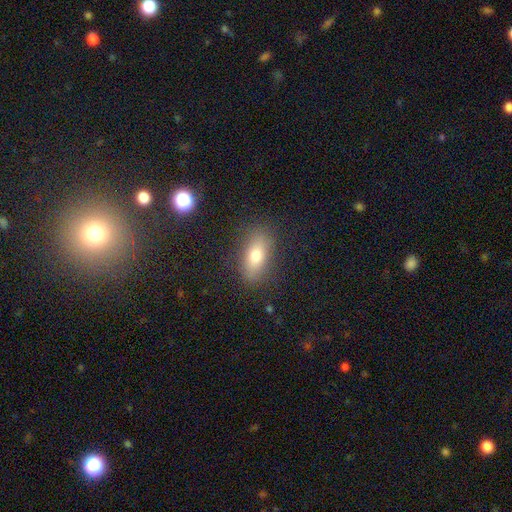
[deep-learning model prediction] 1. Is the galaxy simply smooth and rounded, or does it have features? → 74% smooth, 17% featured or disk, 9% star or artifact.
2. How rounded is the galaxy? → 82% in between, 12% cigar-shaped, 7% round.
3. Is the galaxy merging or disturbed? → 84% none, 11% minor disturbance, 4% major disturbance, 1% merger.